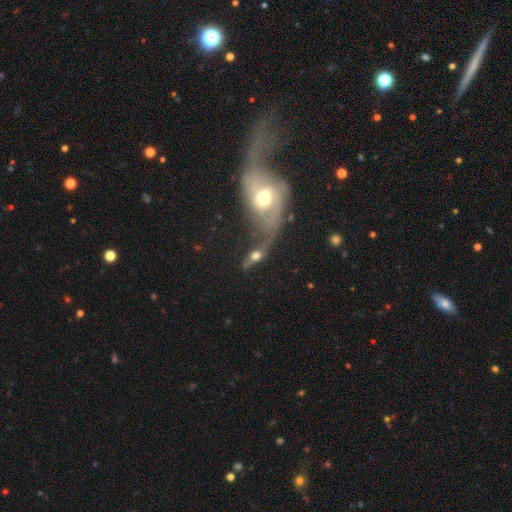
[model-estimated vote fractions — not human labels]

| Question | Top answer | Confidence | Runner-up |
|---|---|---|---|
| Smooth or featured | featured or disk | 45% | smooth (42%) |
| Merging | merger | 44% | none (23%) |